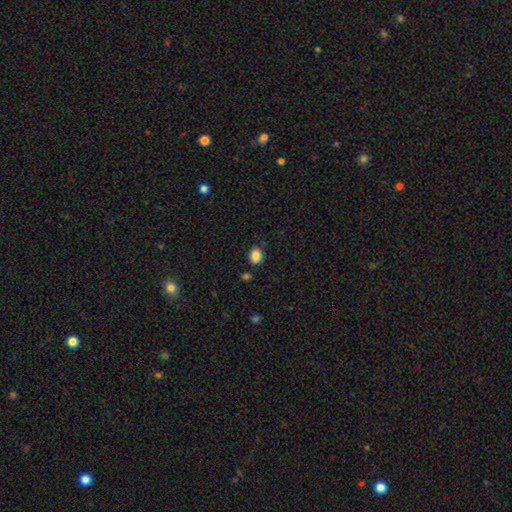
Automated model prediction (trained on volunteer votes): smooth_or_featured: smooth (p=0.85) [alt: star or artifact p=0.10]
how_rounded: round (p=0.65) [alt: in between p=0.34]
merging: none (p=0.82) [alt: minor disturbance p=0.11]